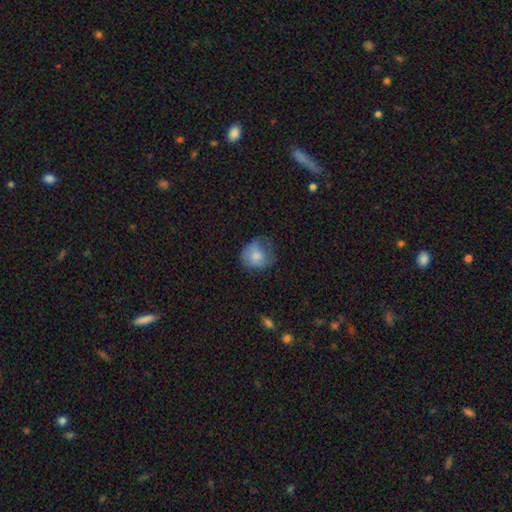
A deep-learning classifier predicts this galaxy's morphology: Smooth or featured?
  - smooth: 75% *
  - featured or disk: 17%
  - star or artifact: 8%
How rounded?
  - round: 72% *
  - in between: 27%
  - cigar-shaped: 1%
Merging?
  - none: 43% *
  - minor disturbance: 35%
  - major disturbance: 21%
  - merger: 2%